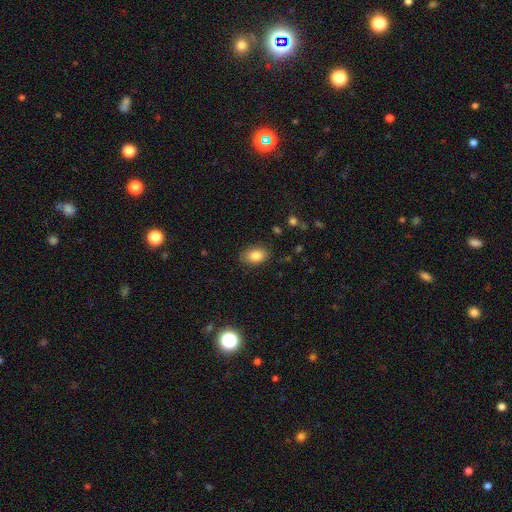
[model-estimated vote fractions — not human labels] Smooth or featured? Predicted: smooth (p=0.84). How rounded? Predicted: in between (p=0.86). Merging? Predicted: none (p=0.86).